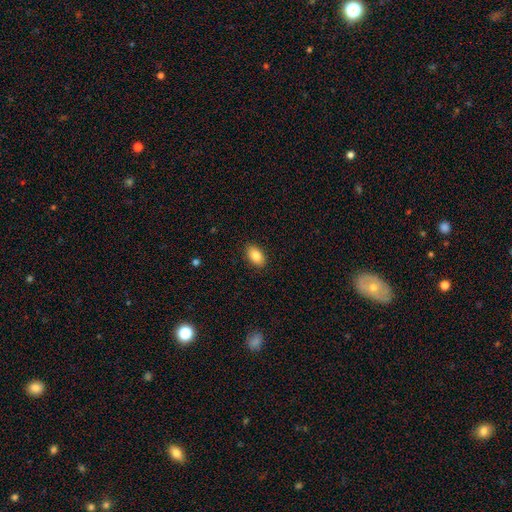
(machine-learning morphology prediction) A smooth galaxy with no disk features (85%) that is in between round and cigar-shaped (91%).

Vote fractions:
- Smooth or featured? smooth: 85% / star or artifact: 8% / featured or disk: 8%
- How rounded? in between: 91% / round: 7% / cigar-shaped: 1%
- Merging? none: 89% / minor disturbance: 8% / major disturbance: 2% / merger: 1%